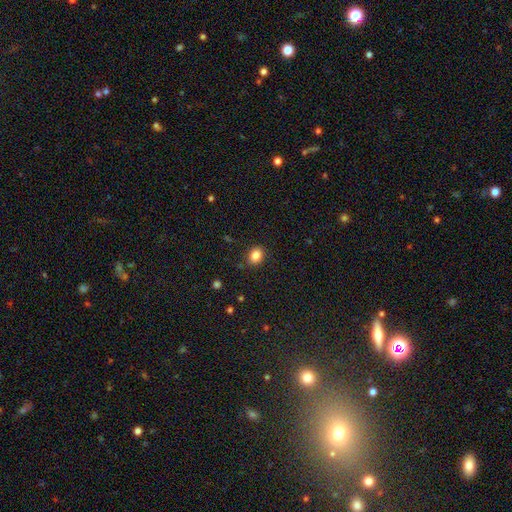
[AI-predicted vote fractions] This appears to be a smooth galaxy with no disk features (84%) that is round (53%). Merging: none (87%).